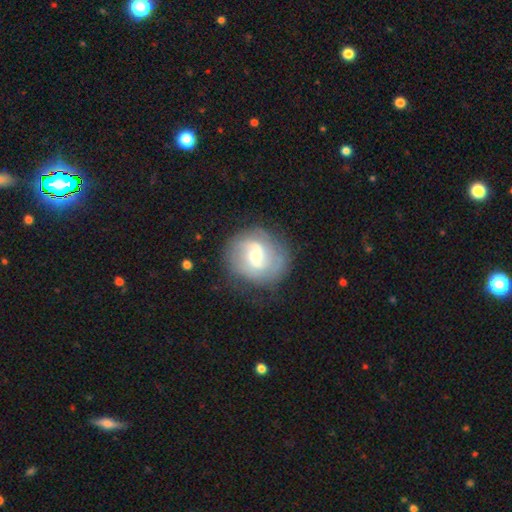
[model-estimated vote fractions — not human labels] smooth-or-featured: featured or disk: 72% | smooth: 21% | star or artifact: 7%
  disk-edge-on: no: 97% | yes: 3%
    bar: weak: 54% | no: 27% | strong: 19%
    has-spiral-arms: yes: 88% | no: 12%
      spiral-winding: medium: 43% | loose: 31% | tight: 26%
      spiral-arm-count: 2: 72% | can't tell: 15% | 3: 5% | 1: 4% | 4: 2% | more than 4: 2%
    bulge-size: moderate: 54% | small: 38% | large: 5% | none: 1% | dominant: 1%
  merging: none: 74% | minor disturbance: 16% | major disturbance: 9% | merger: 2%